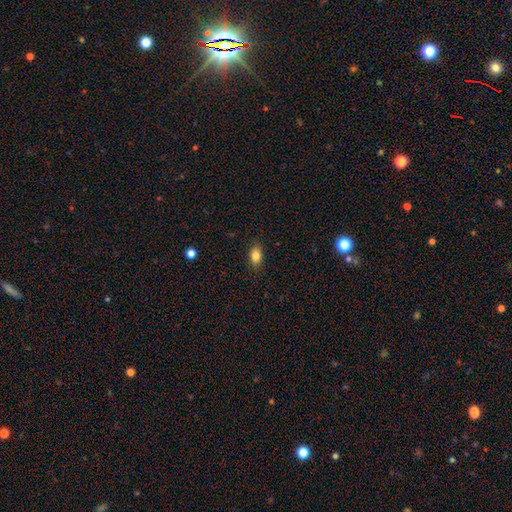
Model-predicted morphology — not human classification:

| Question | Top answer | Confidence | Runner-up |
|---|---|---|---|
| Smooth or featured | smooth | 83% | star or artifact (9%) |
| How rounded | in between | 85% | round (12%) |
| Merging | none | 87% | minor disturbance (10%) |